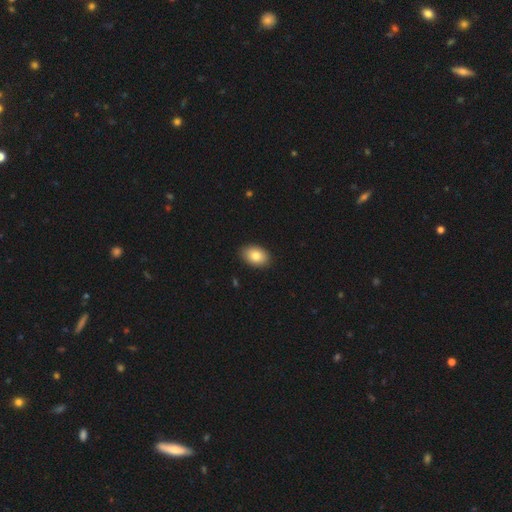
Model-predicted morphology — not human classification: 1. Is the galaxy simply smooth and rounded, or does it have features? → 84% smooth, 9% featured or disk, 7% star or artifact.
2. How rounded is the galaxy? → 87% in between, 12% round, 1% cigar-shaped.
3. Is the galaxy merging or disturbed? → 89% none, 9% minor disturbance, 2% major disturbance, 1% merger.